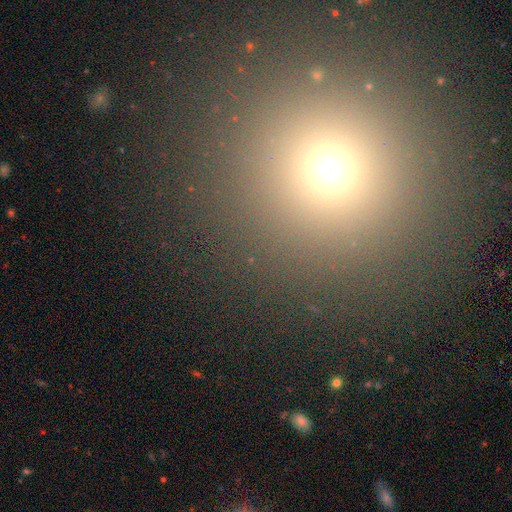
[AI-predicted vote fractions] This is likely a smooth galaxy (64%). How rounded: clearly round (94%). Merging: clearly none (88%).